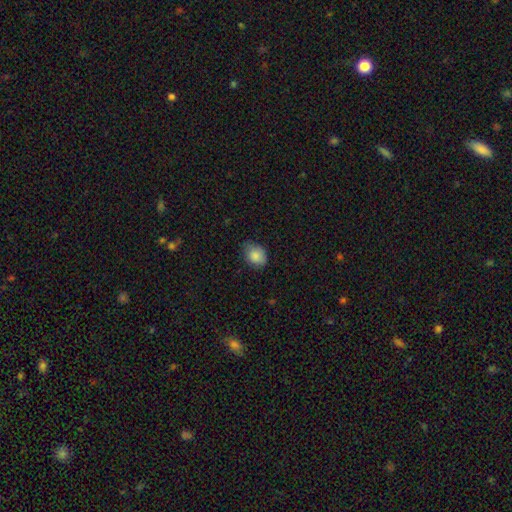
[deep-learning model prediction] Overall: smooth (86%). How rounded: in between (58%; round 41%). Merging: none (67%).